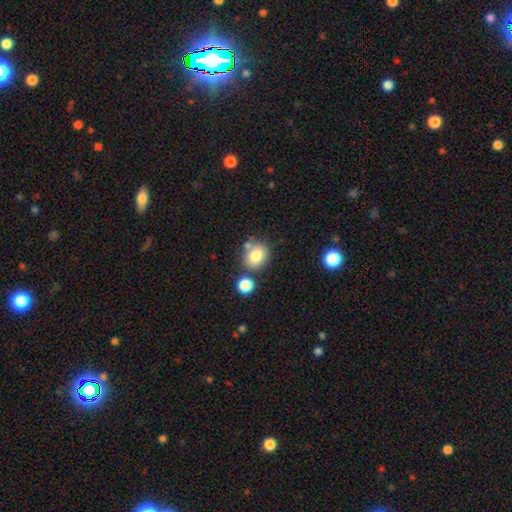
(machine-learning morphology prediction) smooth 81%, star or artifact 10%, featured or disk 9%. Down the decision tree: how rounded — in between (52%); merging — none (66%).